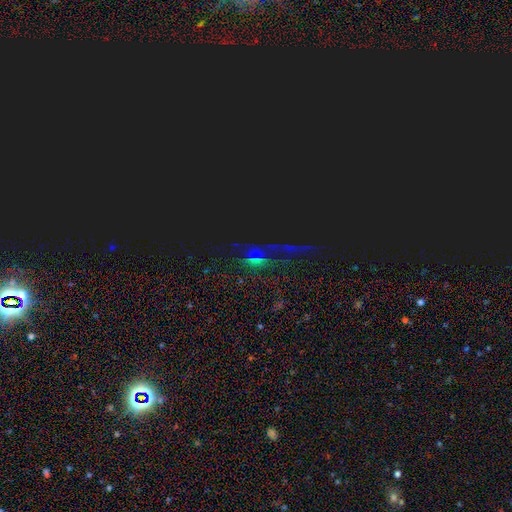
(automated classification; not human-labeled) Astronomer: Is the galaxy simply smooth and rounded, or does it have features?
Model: star or artifact — 75%.